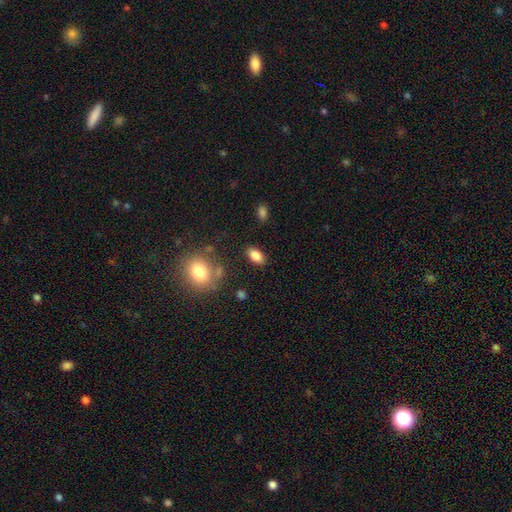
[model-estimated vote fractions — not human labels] A smooth galaxy with no disk features (85%) that is in between round and cigar-shaped (90%). Merging: none (84%).